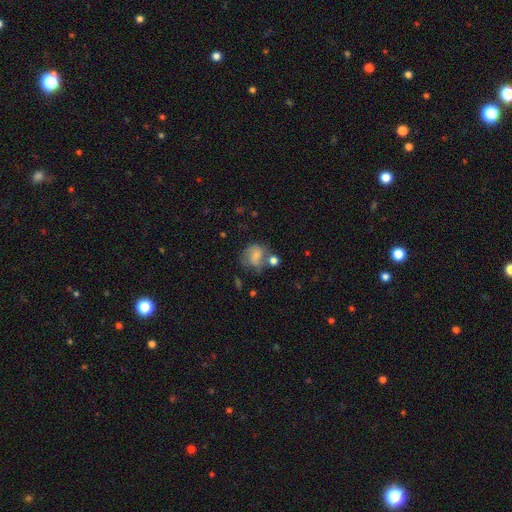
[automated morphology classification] smooth_or_featured: smooth (p=0.65) [alt: featured or disk p=0.24]
how_rounded: round (p=0.62) [alt: in between p=0.36]
merging: none (p=0.44) [alt: minor disturbance p=0.23]